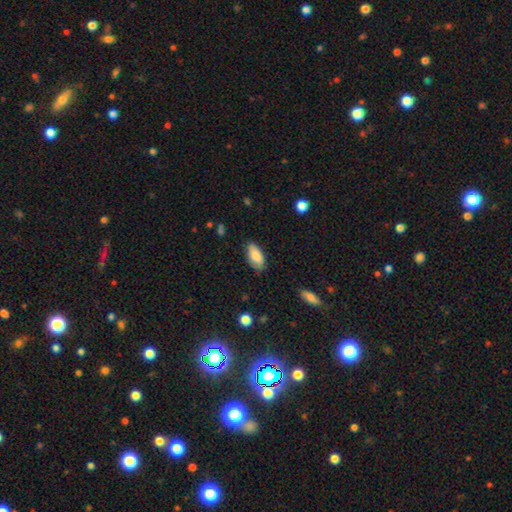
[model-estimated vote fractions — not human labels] The model was most divided on "merging": none: 78%, minor disturbance: 18%, major disturbance: 3%, merger: 1%. More confident: how rounded — in between (91%); smooth or featured — smooth (84%).